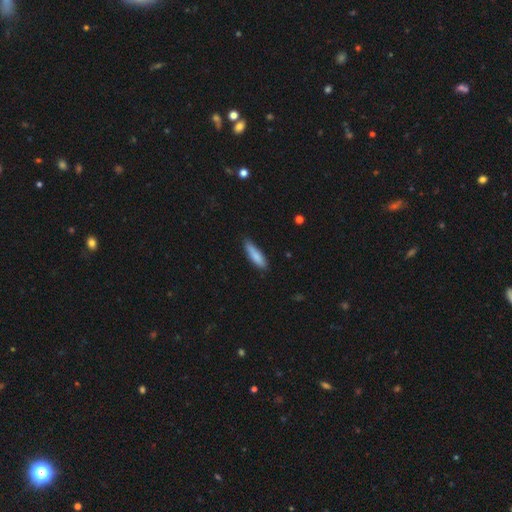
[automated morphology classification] The model was most divided on "how rounded": cigar-shaped: 71%, in between: 27%, round: 2%. More confident: smooth or featured — smooth (83%); merging — none (77%).